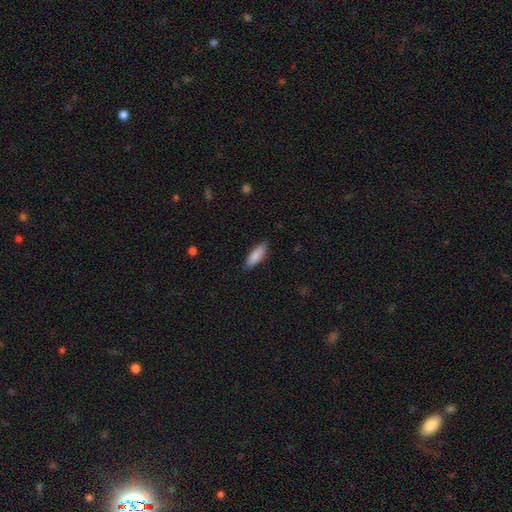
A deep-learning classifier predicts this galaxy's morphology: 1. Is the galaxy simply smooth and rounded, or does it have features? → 86% smooth, 8% featured or disk, 6% star or artifact.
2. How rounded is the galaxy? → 55% in between, 43% cigar-shaped, 2% round.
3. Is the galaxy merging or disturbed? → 85% none, 12% minor disturbance, 2% major disturbance, 1% merger.